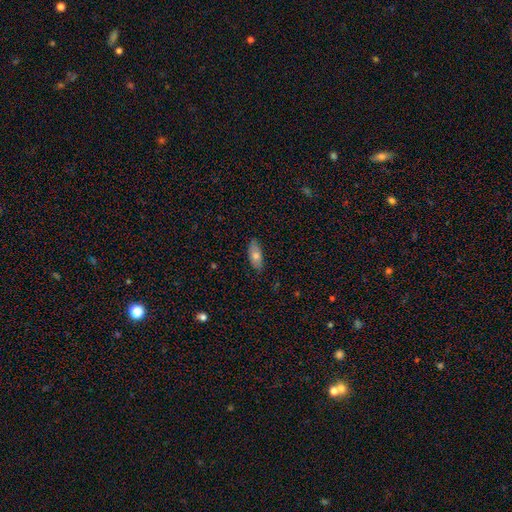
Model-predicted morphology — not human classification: The model was most divided on "smooth or featured": smooth: 69%, featured or disk: 24%, star or artifact: 7%. More confident: merging — none (84%); how rounded — in between (82%).